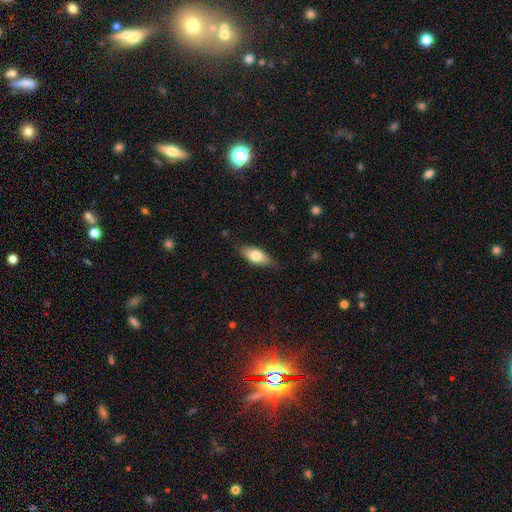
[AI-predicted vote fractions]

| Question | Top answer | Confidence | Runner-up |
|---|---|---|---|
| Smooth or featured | smooth | 74% | featured or disk (20%) |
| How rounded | in between | 84% | cigar-shaped (13%) |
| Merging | none | 79% | minor disturbance (17%) |